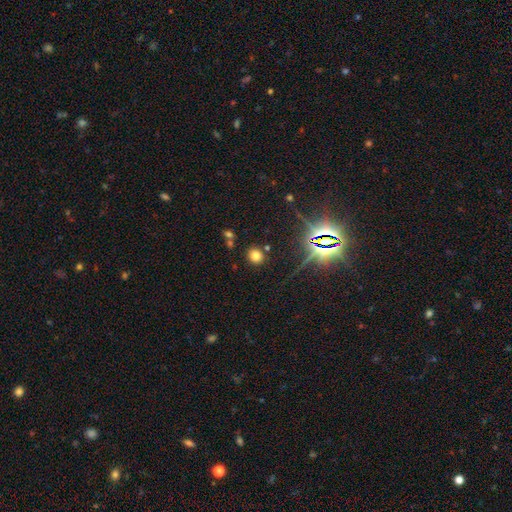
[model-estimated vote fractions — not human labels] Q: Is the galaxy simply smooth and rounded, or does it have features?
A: smooth — 72%.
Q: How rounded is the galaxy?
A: round — 84%.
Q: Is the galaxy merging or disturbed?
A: none — 84%.